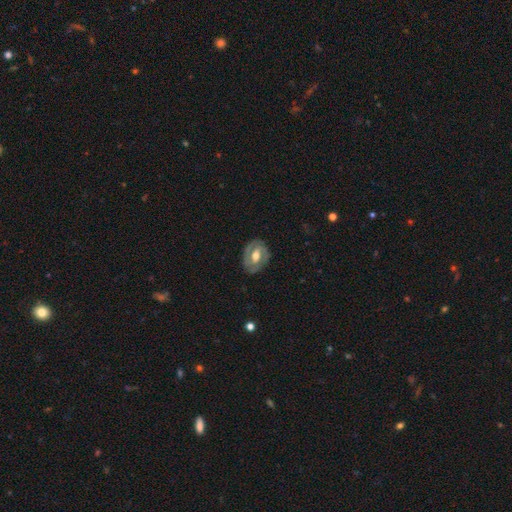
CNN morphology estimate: type=featured or disk (78%); edge-on=no (96%); bar=weak (44%); spiral arms=yes (82%); winding=tight (54%); arm count=2 (75%); bulge=moderate (74%); merging=none (79%).